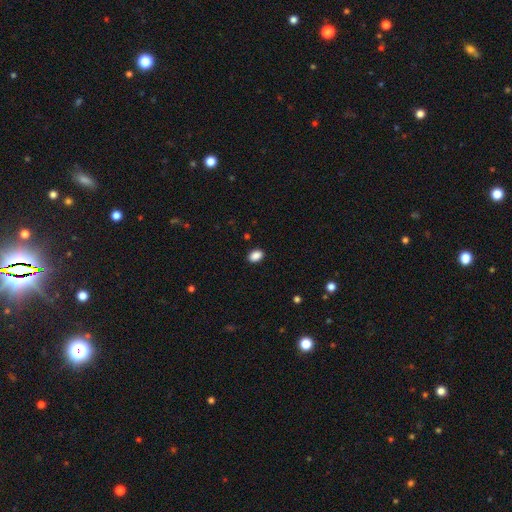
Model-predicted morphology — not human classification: This appears to be a smooth galaxy with no disk features (89%) that is in between round and cigar-shaped (81%). Merging: none (89%).